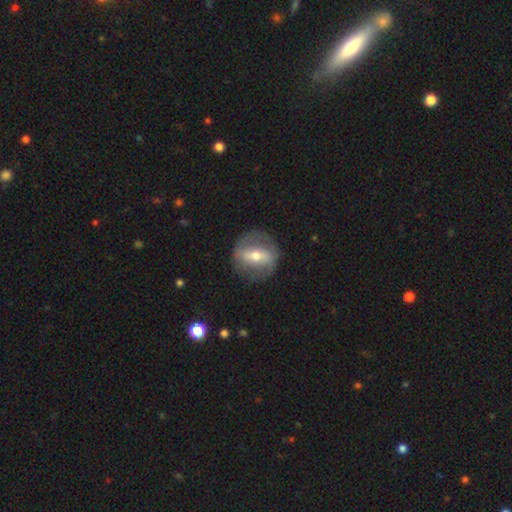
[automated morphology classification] smooth-or-featured: featured or disk: 64% | smooth: 29% | star or artifact: 7%
  disk-edge-on: no: 88% | yes: 12%
    bar: strong: 54% | weak: 29% | no: 17%
    has-spiral-arms: no: 56% | yes: 44%
    bulge-size: moderate: 61% | small: 33% | large: 4% | none: 1% | dominant: 1%
  merging: none: 79% | minor disturbance: 13% | major disturbance: 7% | merger: 1%